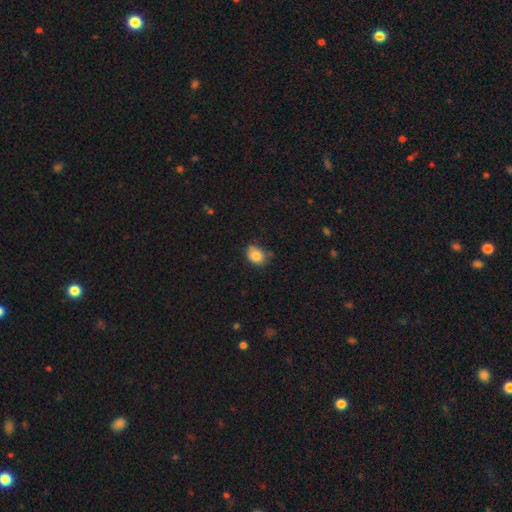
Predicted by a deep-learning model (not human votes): Smooth or featured?
  - smooth: 84% *
  - star or artifact: 9%
  - featured or disk: 7%
How rounded?
  - in between: 54% *
  - round: 45%
  - cigar-shaped: 1%
Merging?
  - none: 65% *
  - minor disturbance: 27%
  - major disturbance: 5%
  - merger: 3%